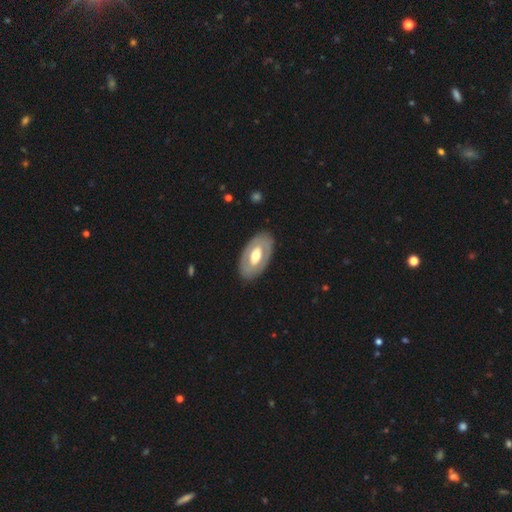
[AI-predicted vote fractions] Smooth or featured? Predicted: featured or disk (p=0.58). Edge-on disk? Predicted: no (p=0.89). Bar? Predicted: no (p=0.59). Spiral arms? Predicted: no (p=0.82). Bulge size? Predicted: moderate (p=0.64). Merging? Predicted: none (p=0.85).